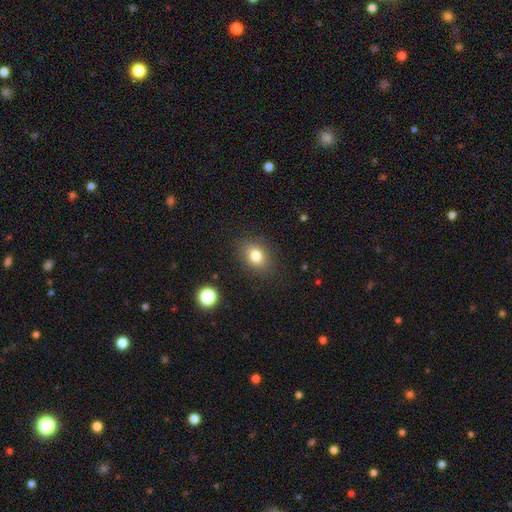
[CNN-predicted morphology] Overall: smooth (80%). How rounded: in between (62%; round 37%). Merging: none (86%).